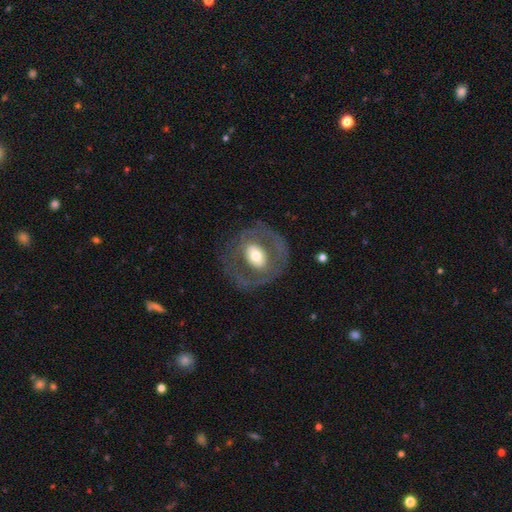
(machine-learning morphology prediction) A featured or disk galaxy (62%) with no bar (55%), no spiral arms (70%) and a moderate central bulge (60%). Merging: none (71%).